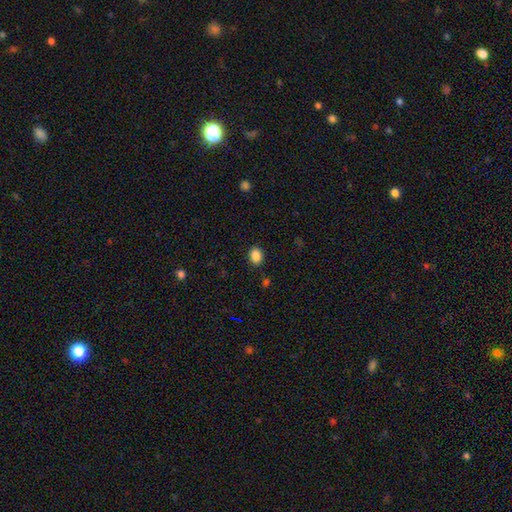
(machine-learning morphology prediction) Smooth or featured?
  - smooth: 87% *
  - star or artifact: 10%
  - featured or disk: 3%
How rounded?
  - in between: 62% *
  - round: 37%
  - cigar-shaped: 1%
Merging?
  - none: 87% *
  - minor disturbance: 9%
  - major disturbance: 2%
  - merger: 2%